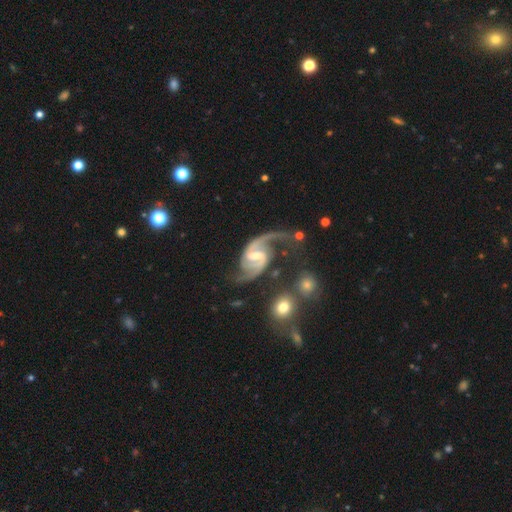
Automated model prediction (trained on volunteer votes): This is clearly a featured or disk galaxy (93%). It is clearly not viewed edge-on (98%). Bar: possibly weak (48%). Spiral arm pattern: clearly yes (98%). Spiral arm count: clearly 2 (93%). Spiral winding: possibly medium (47%). Central bulge: possibly moderate (46%). Merging: likely none (62%).